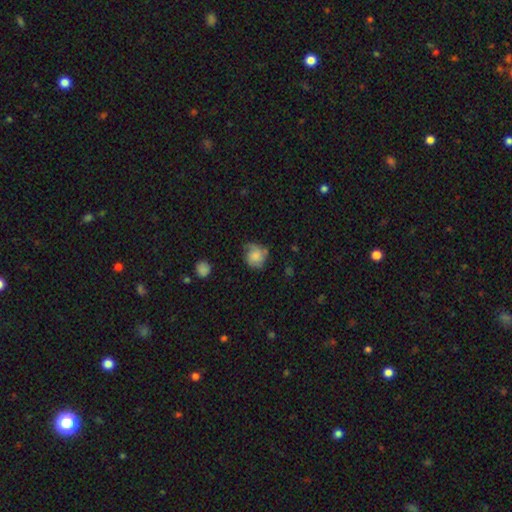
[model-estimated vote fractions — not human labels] A smooth galaxy with no disk features (64%) that is round (73%). Merging: none (52%).